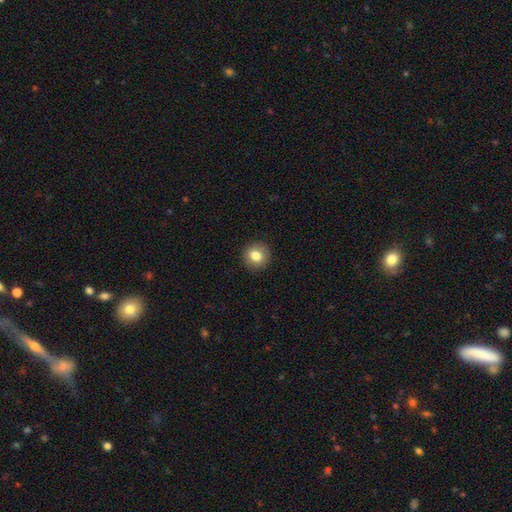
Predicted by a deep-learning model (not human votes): smooth_or_featured: smooth (p=0.81) [alt: star or artifact p=0.09]
how_rounded: round (p=0.90) [alt: in between p=0.09]
merging: none (p=0.91) [alt: minor disturbance p=0.06]